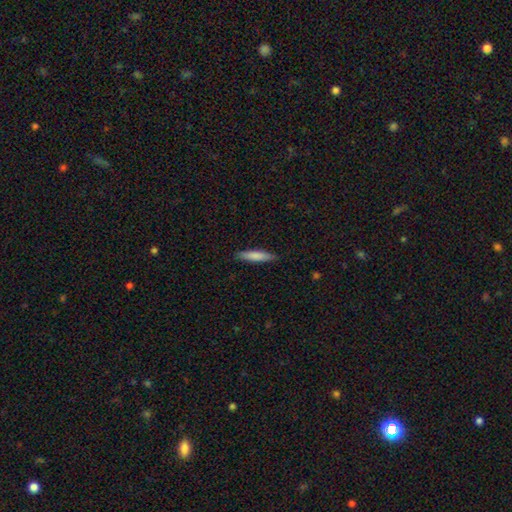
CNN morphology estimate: Smooth or featured? smooth (80%)
How rounded? cigar-shaped (86%)
Merging? none (88%)